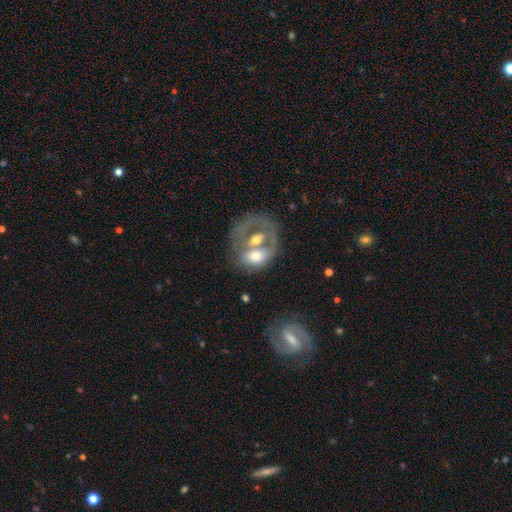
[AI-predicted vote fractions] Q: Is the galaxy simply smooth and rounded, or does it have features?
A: featured or disk — 52%.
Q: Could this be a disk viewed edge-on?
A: no — 93%.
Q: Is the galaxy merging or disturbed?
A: merger — 60%.